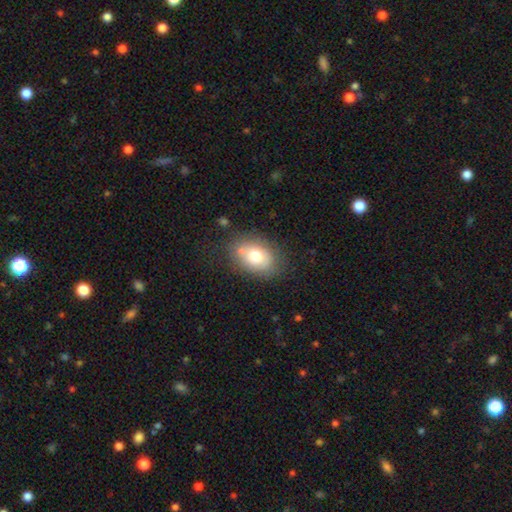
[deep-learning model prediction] smooth 73%, featured or disk 19%, star or artifact 9%. Down the decision tree: how rounded — in between (75%); merging — none (70%).